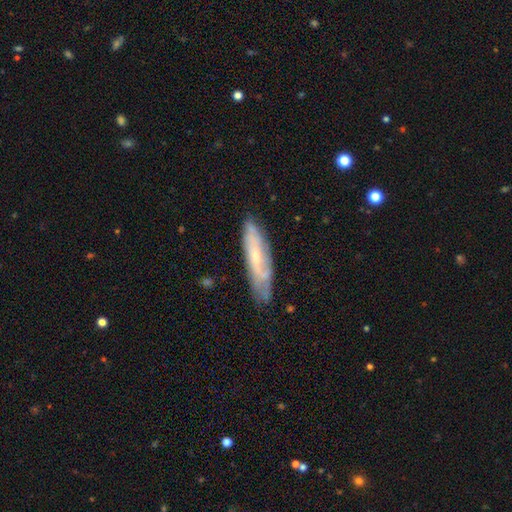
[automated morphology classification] Smooth or featured? Predicted: featured or disk (p=0.58). Edge-on disk? Predicted: no (p=0.62). Merging? Predicted: none (p=0.72).